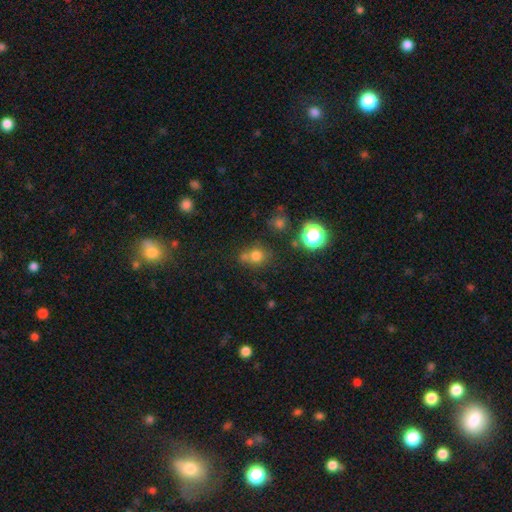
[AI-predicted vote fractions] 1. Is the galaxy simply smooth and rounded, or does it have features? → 72% smooth, 20% star or artifact, 9% featured or disk.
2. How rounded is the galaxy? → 82% round, 17% in between, 1% cigar-shaped.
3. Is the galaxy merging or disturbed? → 57% none, 26% merger, 12% minor disturbance, 5% major disturbance.